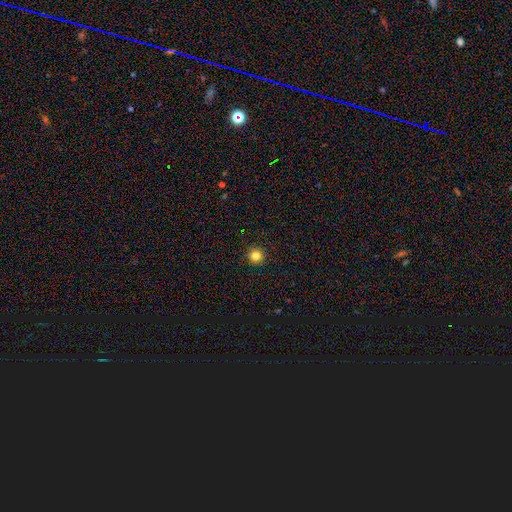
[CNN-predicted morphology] Smooth or featured? smooth (82%)
How rounded? round (96%)
Merging? none (93%)